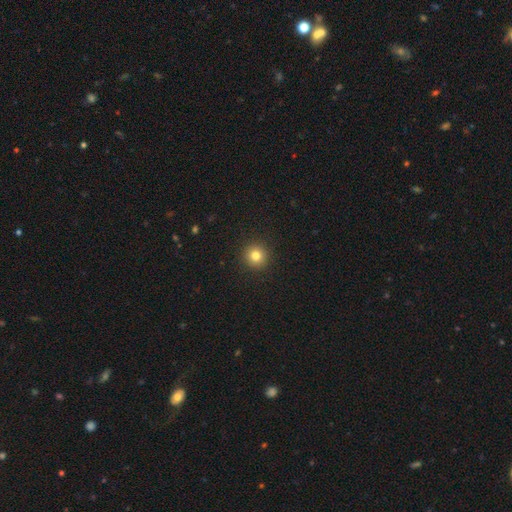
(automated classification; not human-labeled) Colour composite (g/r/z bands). It shows a smooth galaxy with no disk features (81%) that is round (95%). Merging: none (93%).